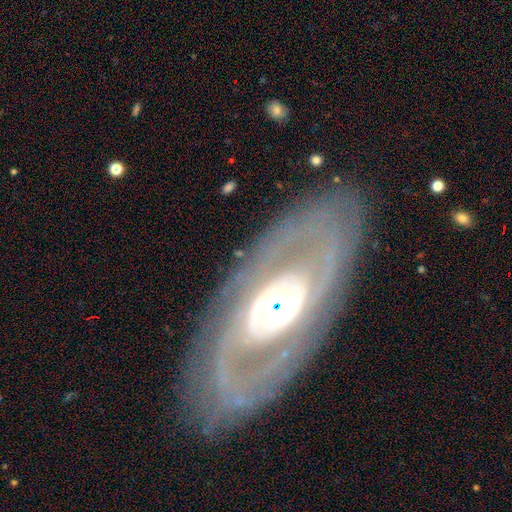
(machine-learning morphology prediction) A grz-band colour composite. It shows a featured or disk galaxy (85%) with no bar (54%), 2 (63%) tight (60%) spiral arms (82%) and a moderate central bulge (48%). Merging: none (84%).